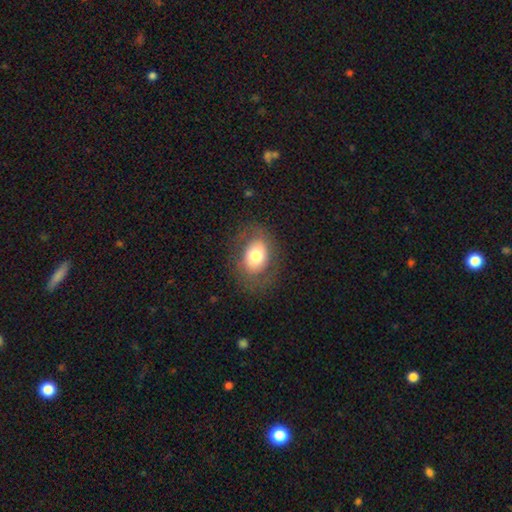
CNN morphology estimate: The model was most divided on "smooth or featured": smooth: 64%, featured or disk: 28%, star or artifact: 8%. More confident: merging — none (76%); how rounded — in between (70%).